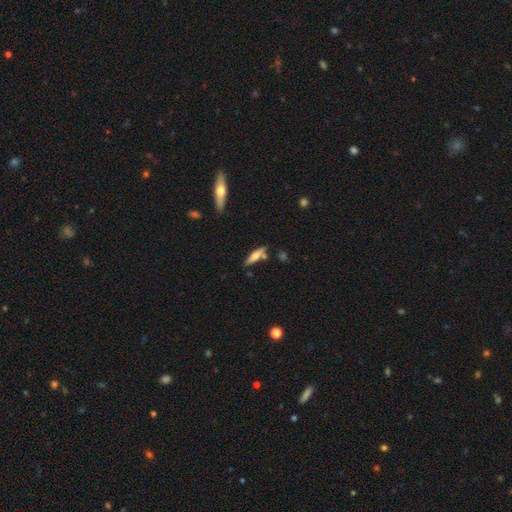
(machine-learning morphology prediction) smooth-or-featured: smooth: 48% | featured or disk: 45% | star or artifact: 7%
  merging: none: 70% | minor disturbance: 14% | merger: 12% | major disturbance: 4%